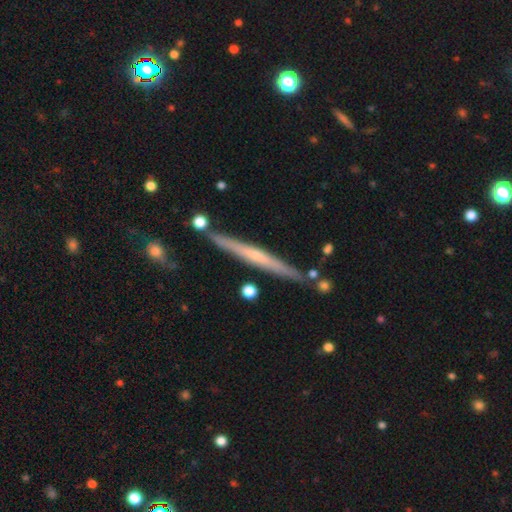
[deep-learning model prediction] This appears to be a featured or disk galaxy (62%) viewed edge-on (97%) with no central bulge (59%). Merging: none (85%).